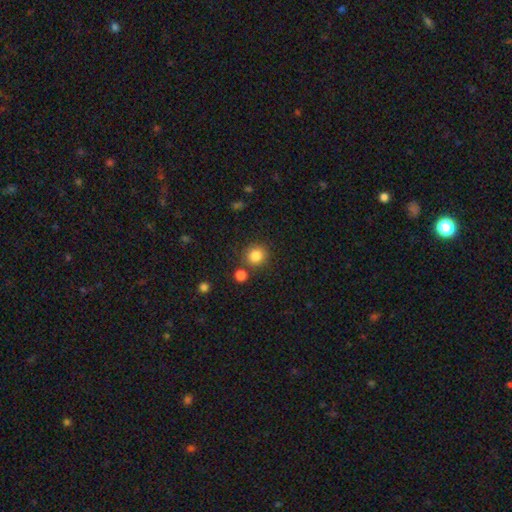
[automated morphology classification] A smooth galaxy with no disk features (84%) that is round (86%).

Vote fractions:
- Smooth or featured? smooth: 84% / star or artifact: 11% / featured or disk: 5%
- How rounded? round: 86% / in between: 13% / cigar-shaped: 1%
- Merging? none: 79% / merger: 10% / minor disturbance: 9% / major disturbance: 3%